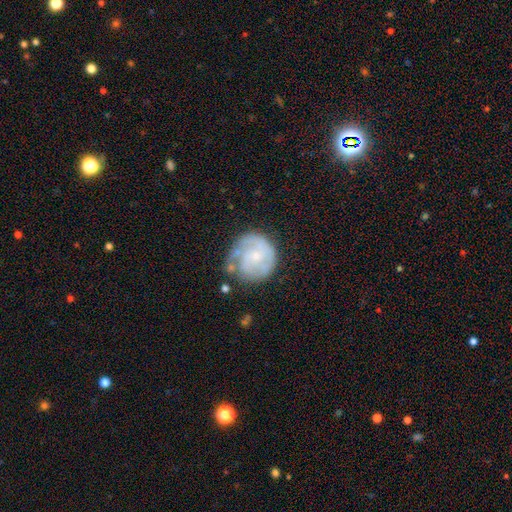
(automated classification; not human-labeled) smooth_or_featured: featured or disk (p=0.66) [alt: smooth p=0.28]
disk_edge_on: no (p=0.98) [alt: yes p=0.02]
bar: no (p=0.72) [alt: weak p=0.24]
has_spiral_arms: yes (p=0.83) [alt: no p=0.17]
spiral_winding: tight (p=0.56) [alt: medium p=0.32]
spiral_arm_count: can't tell (p=0.33) [alt: 2 p=0.26]
bulge_size: small (p=0.63) [alt: moderate p=0.24]
merging: none (p=0.59) [alt: minor disturbance p=0.23]